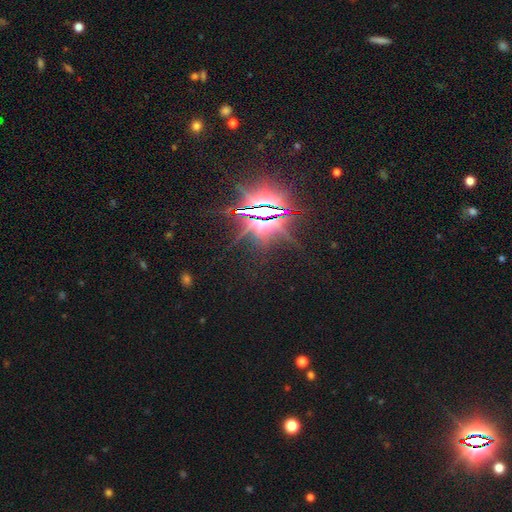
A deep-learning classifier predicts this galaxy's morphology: Smooth or featured: star or artifact — 85% (featured or disk — 8%)